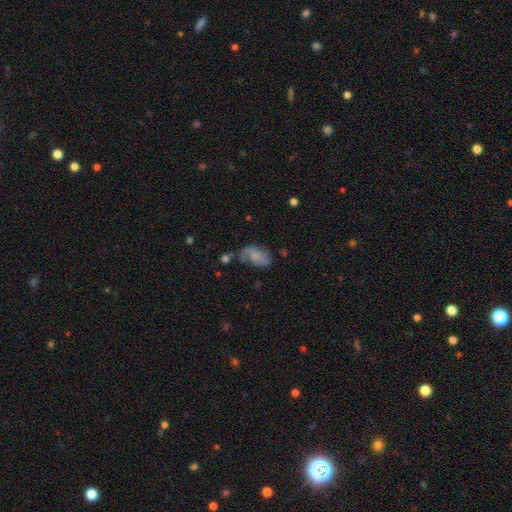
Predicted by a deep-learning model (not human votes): smooth_or_featured: smooth (p=0.48) [alt: featured or disk p=0.42]
merging: none (p=0.41) [alt: minor disturbance p=0.29]